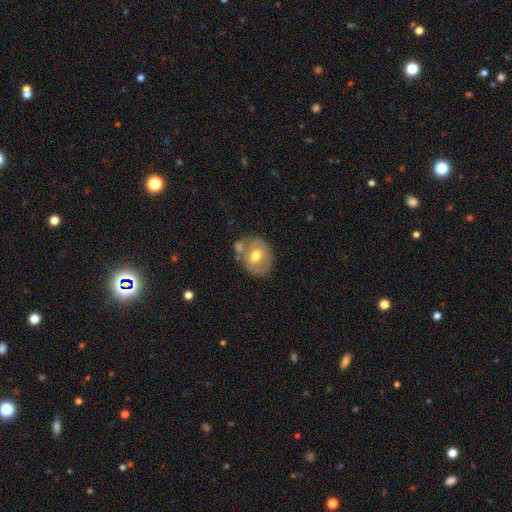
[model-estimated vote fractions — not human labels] Overall: smooth (58%; featured or disk 34%). How rounded: round (66%; in between 33%). Merging: none (59%; merger 20%).